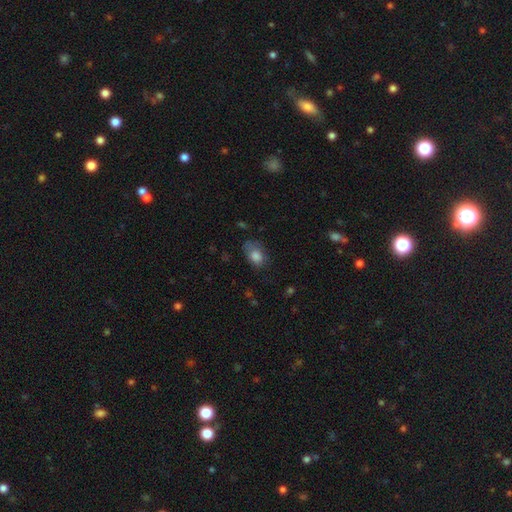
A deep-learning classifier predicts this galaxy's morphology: This is likely a smooth galaxy (79%). How rounded: likely in between (80%). Merging: possibly none (47%).